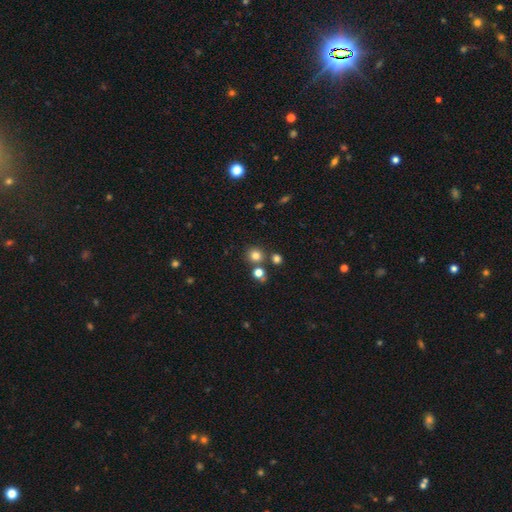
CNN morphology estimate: Smooth or featured? Predicted: smooth (p=0.78). How rounded? Predicted: round (p=0.89). Merging? Predicted: none (p=0.75).